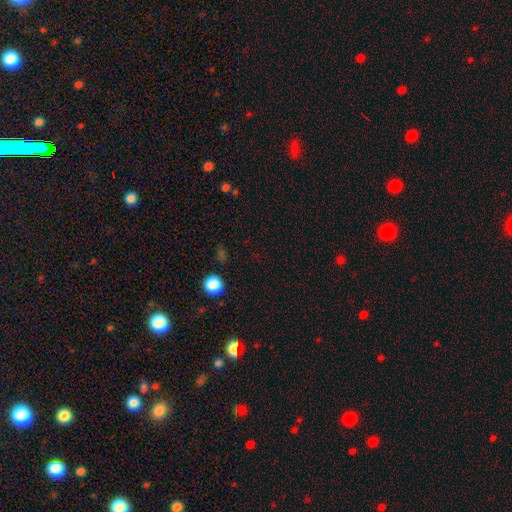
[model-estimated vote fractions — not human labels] smooth-or-featured: star or artifact: 49% | smooth: 44% | featured or disk: 7%